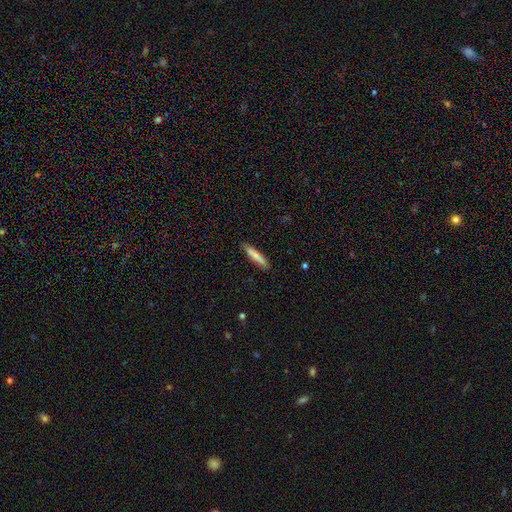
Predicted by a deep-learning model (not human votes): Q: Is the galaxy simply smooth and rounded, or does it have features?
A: smooth — 75%.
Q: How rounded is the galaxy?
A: cigar-shaped — 90%.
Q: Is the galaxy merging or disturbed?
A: none — 87%.